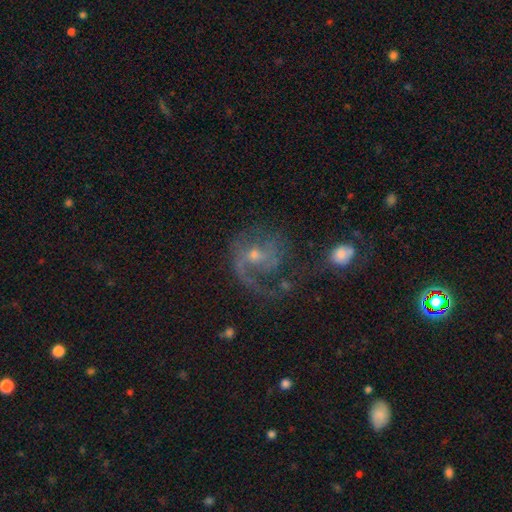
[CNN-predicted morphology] Smooth or featured? Predicted: featured or disk (p=0.79). Edge-on disk? Predicted: no (p=0.97). Bar? Predicted: no (p=0.55). Spiral arms? Predicted: yes (p=0.90). Spiral winding? Predicted: medium (p=0.44). Spiral arm count? Predicted: 1 (p=0.54). Bulge size? Predicted: small (p=0.58). Merging? Predicted: none (p=0.41).